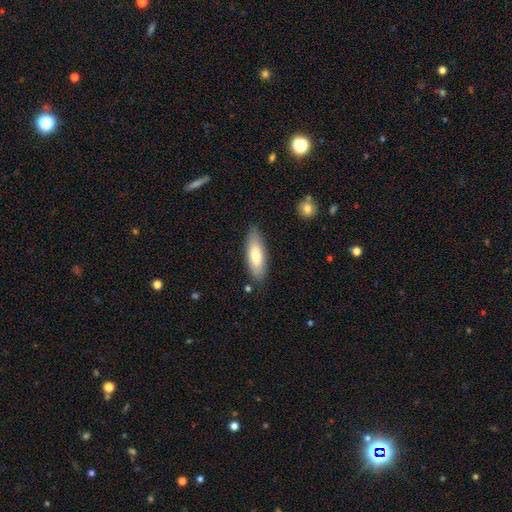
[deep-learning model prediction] Q: Smooth or featured?
A: smooth (75%); runner-up: featured or disk (19%)
Q: How rounded?
A: in between (64%); runner-up: cigar-shaped (35%)
Q: Merging?
A: none (84%); runner-up: minor disturbance (11%)